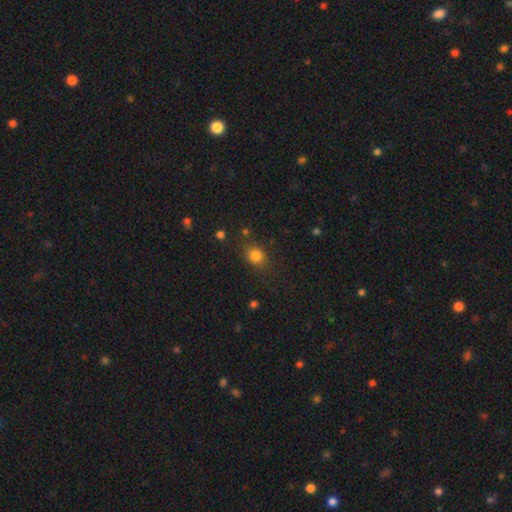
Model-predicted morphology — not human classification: This appears to be a smooth galaxy with no disk features (81%) that is round (64%). Merging: none (78%).